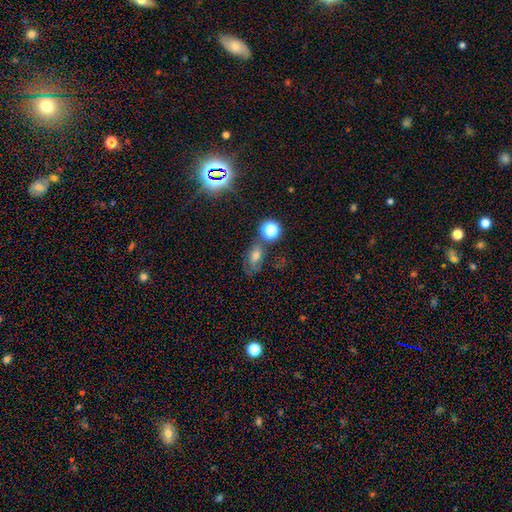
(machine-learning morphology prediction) A smooth galaxy with no disk features (52%) that is in between round and cigar-shaped (73%). Merging: none (58%).